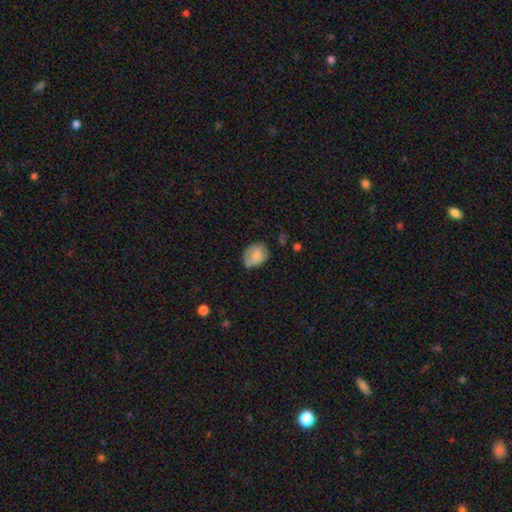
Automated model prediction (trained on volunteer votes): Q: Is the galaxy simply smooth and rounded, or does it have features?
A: smooth — 73%.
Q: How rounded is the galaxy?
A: in between — 63%.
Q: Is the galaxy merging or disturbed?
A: none — 55%.